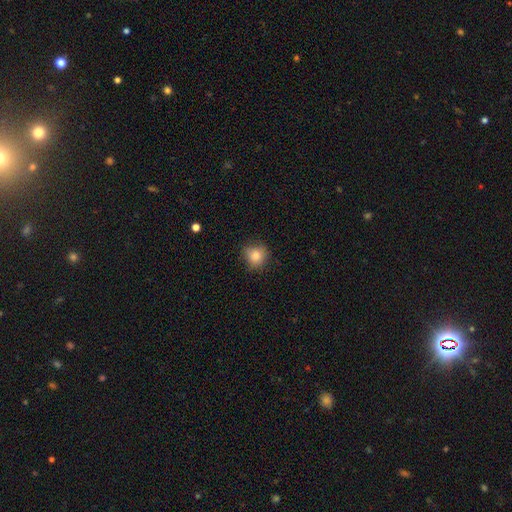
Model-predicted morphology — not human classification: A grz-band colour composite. It shows a smooth galaxy with no disk features (84%) that is round (84%). Merging: none (76%).